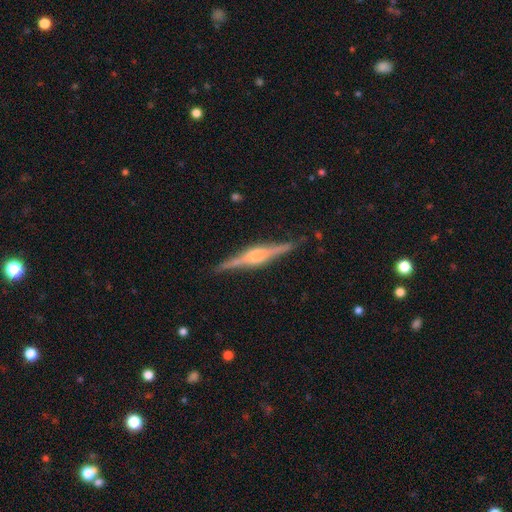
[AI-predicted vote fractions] smooth-or-featured: featured or disk: 81% | smooth: 13% | star or artifact: 6%
  disk-edge-on: yes: 98% | no: 2%
    edge-on-bulge: rounded: 59% | boxy: 36% | none: 5%
  merging: none: 87% | minor disturbance: 10% | major disturbance: 2% | merger: 1%